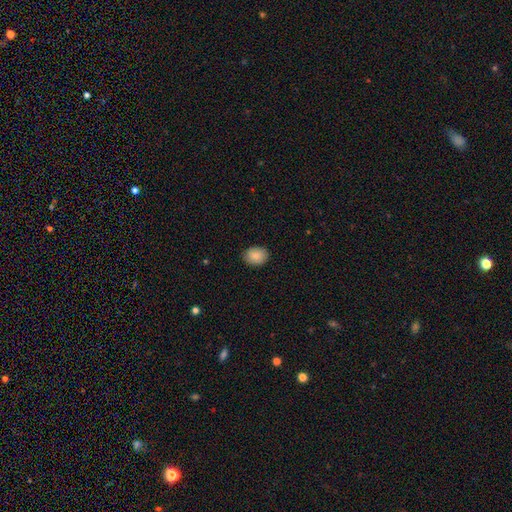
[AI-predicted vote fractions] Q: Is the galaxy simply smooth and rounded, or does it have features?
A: smooth — 87%.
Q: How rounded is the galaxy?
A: in between — 57%.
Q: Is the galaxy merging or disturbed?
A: none — 87%.